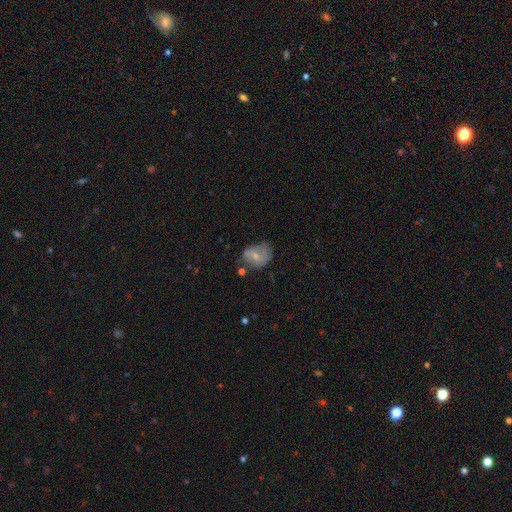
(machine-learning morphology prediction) smooth_or_featured: smooth (p=0.49) [alt: featured or disk p=0.43]
merging: none (p=0.45) [alt: minor disturbance p=0.33]